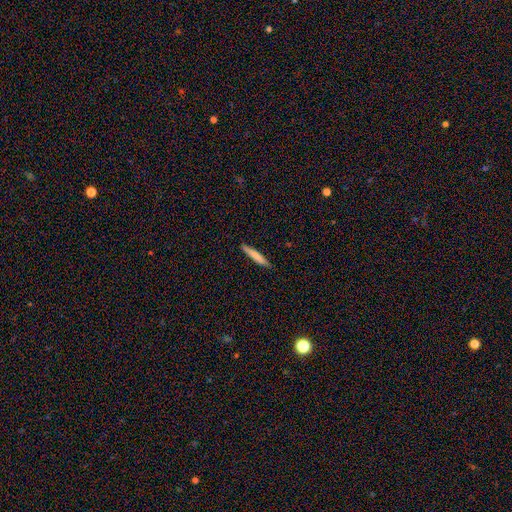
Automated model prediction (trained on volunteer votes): Morphology: type=smooth (74%); roundness=cigar-shaped (94%); merging=none (87%).